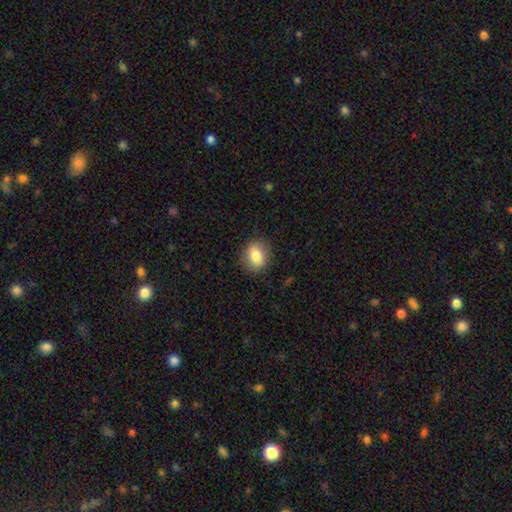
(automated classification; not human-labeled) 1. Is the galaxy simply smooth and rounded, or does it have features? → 81% smooth, 11% featured or disk, 8% star or artifact.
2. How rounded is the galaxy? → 52% round, 47% in between, 1% cigar-shaped.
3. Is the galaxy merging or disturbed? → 87% none, 9% minor disturbance, 3% major disturbance, 1% merger.